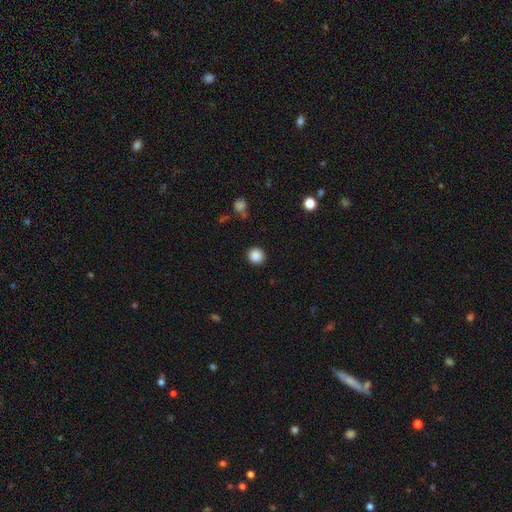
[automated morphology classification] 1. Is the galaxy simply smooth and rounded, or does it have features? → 87% smooth, 10% star or artifact, 3% featured or disk.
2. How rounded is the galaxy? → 92% round, 7% in between, 1% cigar-shaped.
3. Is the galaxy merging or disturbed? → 91% none, 6% minor disturbance, 2% major disturbance, 1% merger.